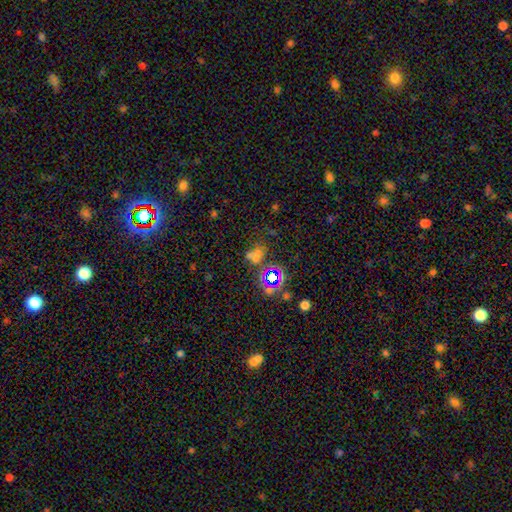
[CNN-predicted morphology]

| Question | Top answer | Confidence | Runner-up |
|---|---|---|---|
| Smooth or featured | star or artifact | 44% | smooth (42%) |